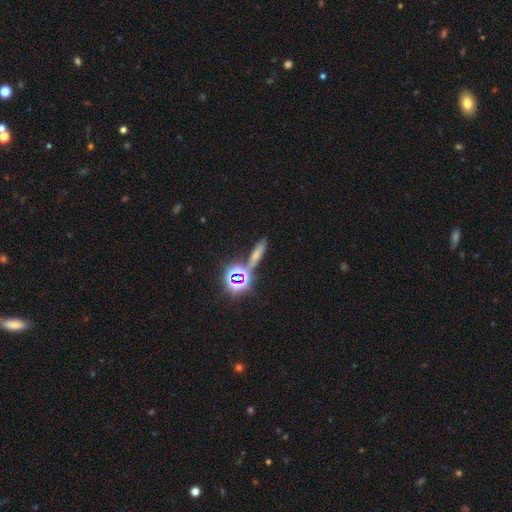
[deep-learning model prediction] Smooth or featured? smooth (48%)
Merging? none (69%)